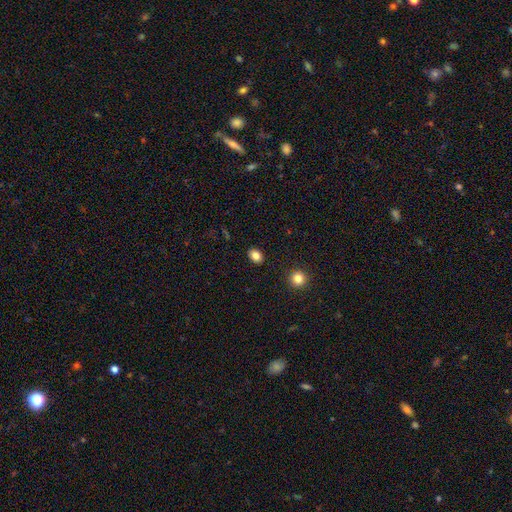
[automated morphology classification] Q: Smooth or featured?
A: smooth (83%); runner-up: star or artifact (10%)
Q: How rounded?
A: in between (67%); runner-up: round (32%)
Q: Merging?
A: none (89%); runner-up: minor disturbance (8%)